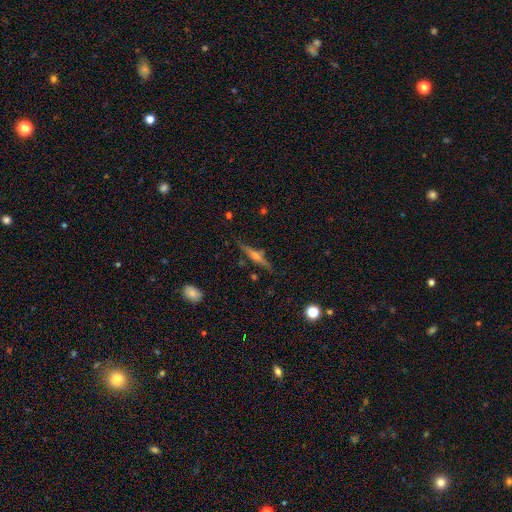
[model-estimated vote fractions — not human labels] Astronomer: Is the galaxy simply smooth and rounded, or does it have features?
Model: featured or disk — 76%.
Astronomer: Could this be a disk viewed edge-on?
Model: yes — 97%.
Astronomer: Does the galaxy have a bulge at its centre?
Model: rounded — 87%.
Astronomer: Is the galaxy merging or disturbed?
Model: none — 85%.